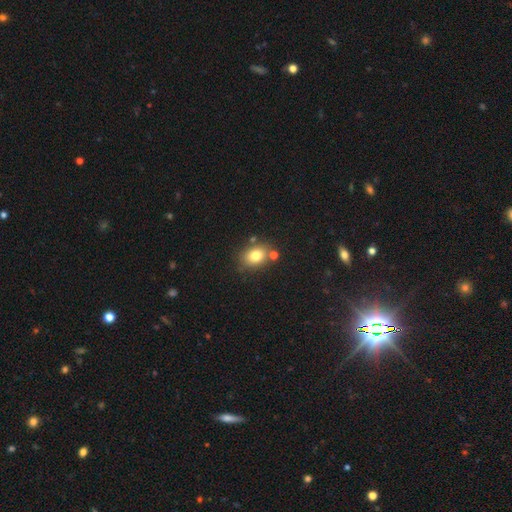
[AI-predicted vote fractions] Smooth or featured? smooth (78%)
How rounded? in between (60%)
Merging? none (71%)